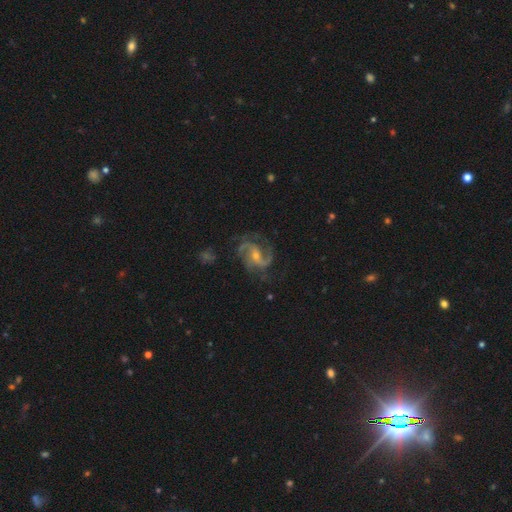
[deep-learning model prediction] smooth-or-featured: featured or disk: 90% | star or artifact: 5% | smooth: 5%
  disk-edge-on: no: 98% | yes: 2%
    bar: no: 45% | weak: 39% | strong: 16%
    has-spiral-arms: yes: 98% | no: 2%
      spiral-winding: medium: 54% | loose: 28% | tight: 19%
      spiral-arm-count: 2: 57% | 3: 24% | can't tell: 7% | 4: 4% | 1: 4% | more than 4: 4%
    bulge-size: small: 61% | moderate: 35% | none: 2% | large: 1% | dominant: 1%
  merging: none: 68% | minor disturbance: 19% | major disturbance: 11% | merger: 2%